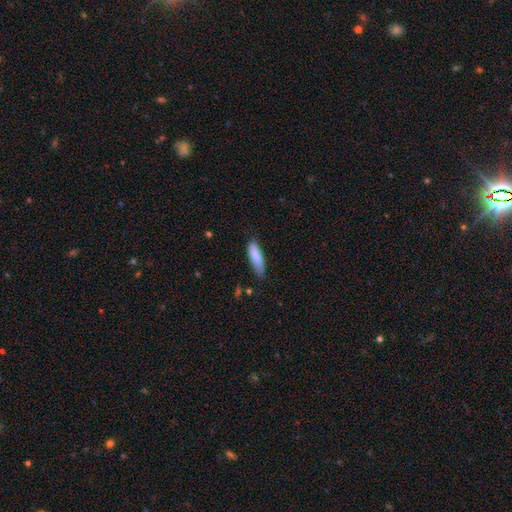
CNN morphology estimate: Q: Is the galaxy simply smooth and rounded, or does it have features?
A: smooth — 85%.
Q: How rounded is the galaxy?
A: cigar-shaped — 58%.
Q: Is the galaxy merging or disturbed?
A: none — 72%.